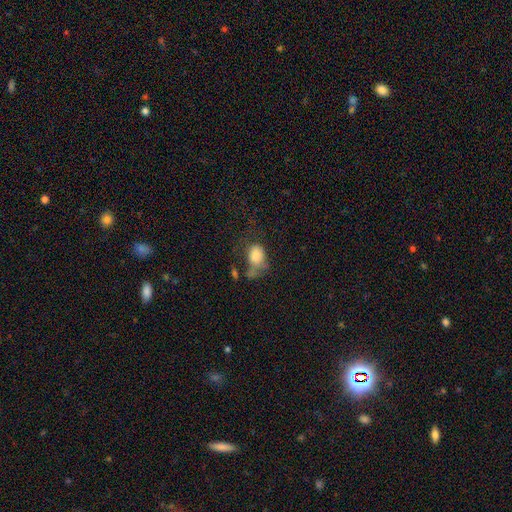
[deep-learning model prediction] Smooth or featured: smooth — 76% (featured or disk — 13%)
How rounded: in between — 75% (round — 23%)
Merging: none — 33% (major disturbance — 28%)